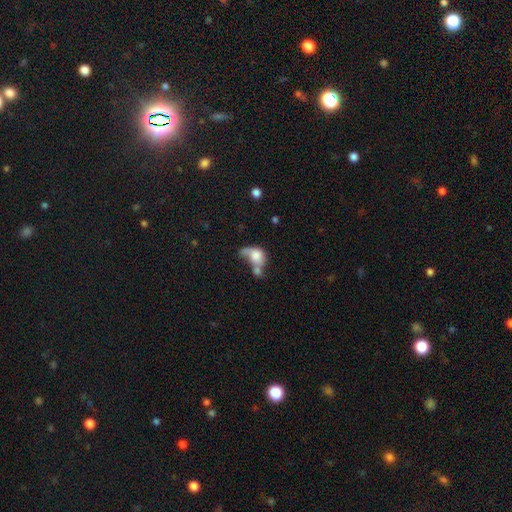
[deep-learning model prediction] smooth_or_featured: smooth (p=0.67) [alt: featured or disk p=0.24]
how_rounded: in between (p=0.58) [alt: round p=0.39]
merging: merger (p=0.51) [alt: major disturbance p=0.23]